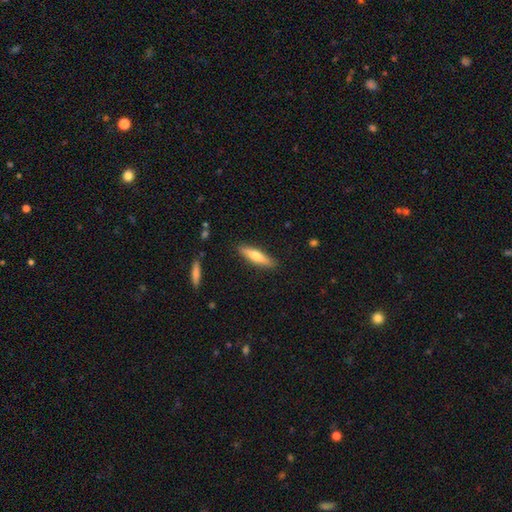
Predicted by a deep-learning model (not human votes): The model was most divided on "smooth or featured": smooth: 59%, featured or disk: 36%, star or artifact: 6%. More confident: merging — none (88%); how rounded — cigar-shaped (77%).